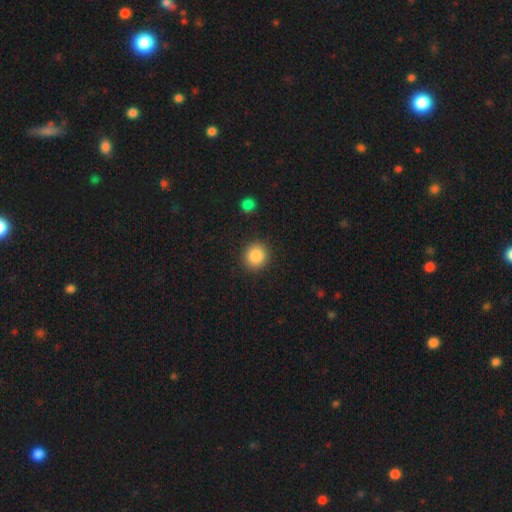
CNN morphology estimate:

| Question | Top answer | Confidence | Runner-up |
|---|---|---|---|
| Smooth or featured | smooth | 86% | star or artifact (9%) |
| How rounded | round | 88% | in between (11%) |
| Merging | none | 90% | minor disturbance (6%) |